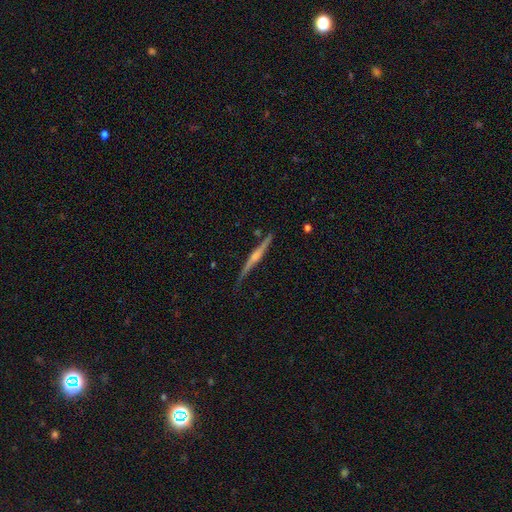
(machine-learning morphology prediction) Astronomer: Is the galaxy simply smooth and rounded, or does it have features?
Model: featured or disk — 75%.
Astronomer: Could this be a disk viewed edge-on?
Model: yes — 98%.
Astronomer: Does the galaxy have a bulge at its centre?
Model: rounded — 69%.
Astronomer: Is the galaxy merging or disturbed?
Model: none — 81%.